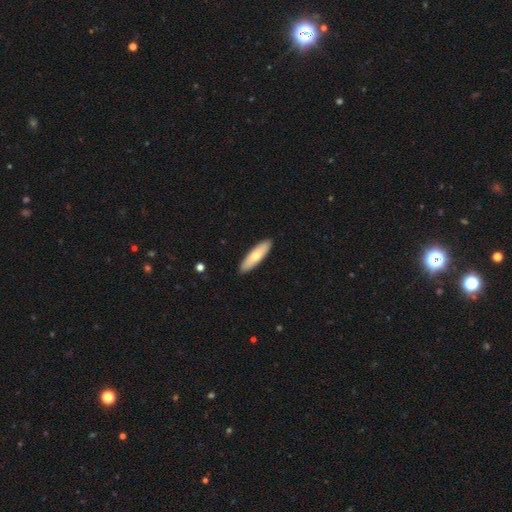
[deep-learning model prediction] A smooth galaxy with no disk features (66%) that is cigar-shaped (62%).

Vote fractions:
- Smooth or featured? smooth: 66% / featured or disk: 29% / star or artifact: 5%
- How rounded? cigar-shaped: 62% / in between: 37% / round: 2%
- Merging? none: 91% / minor disturbance: 6% / major disturbance: 1% / merger: 1%